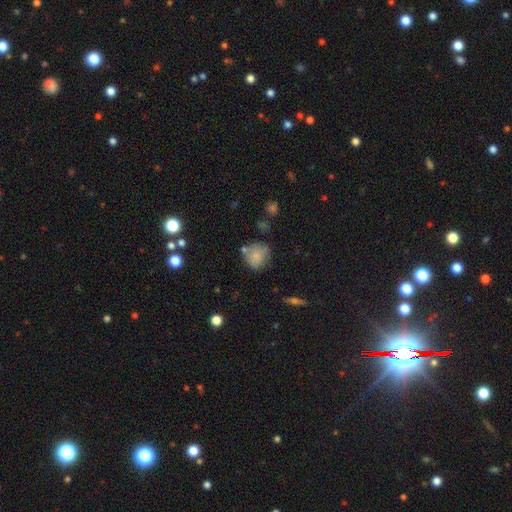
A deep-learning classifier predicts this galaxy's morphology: Smooth or featured?
  - smooth: 76% *
  - featured or disk: 14%
  - star or artifact: 10%
How rounded?
  - round: 77% *
  - in between: 22%
  - cigar-shaped: 1%
Merging?
  - none: 53% *
  - minor disturbance: 27%
  - merger: 12%
  - major disturbance: 8%